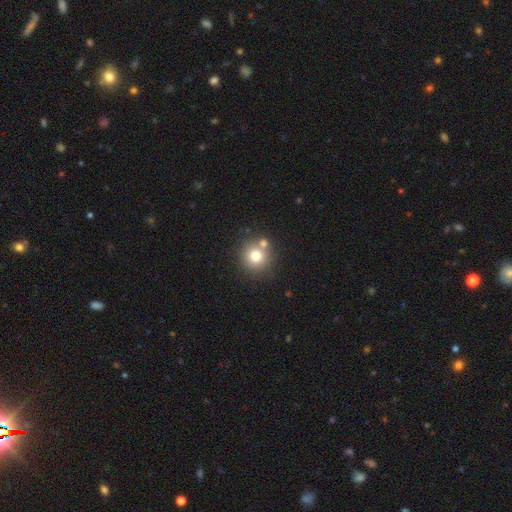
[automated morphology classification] smooth-or-featured: smooth: 74% | star or artifact: 13% | featured or disk: 13%
  how-rounded: round: 92% | in between: 7% | cigar-shaped: 1%
  merging: none: 69% | merger: 20% | minor disturbance: 9% | major disturbance: 3%